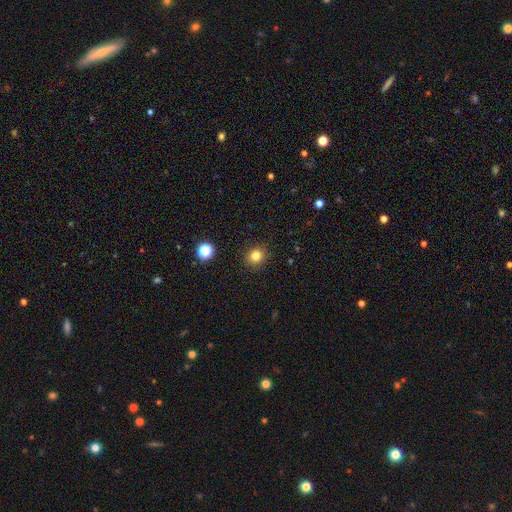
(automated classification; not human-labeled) smooth-or-featured: smooth: 82% | star or artifact: 13% | featured or disk: 6%
  how-rounded: round: 85% | in between: 14% | cigar-shaped: 1%
  merging: none: 90% | minor disturbance: 7% | major disturbance: 2% | merger: 1%